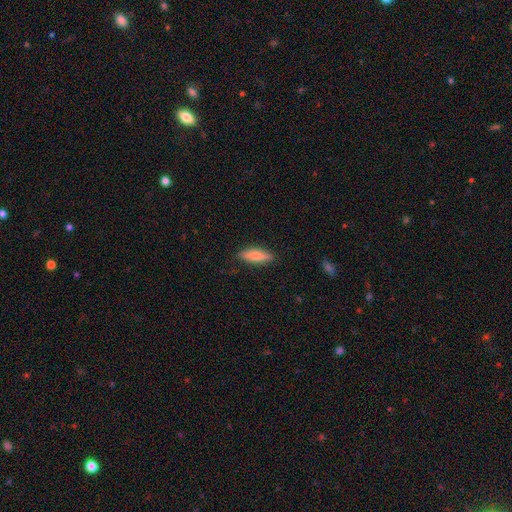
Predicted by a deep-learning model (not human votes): Smooth or featured? Predicted: smooth (p=0.73). How rounded? Predicted: cigar-shaped (p=0.57). Merging? Predicted: none (p=0.86).